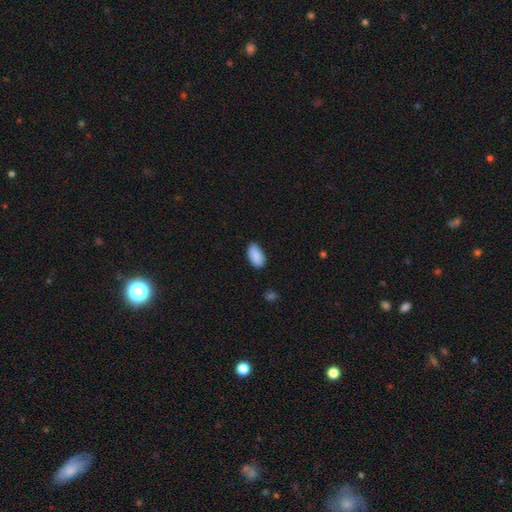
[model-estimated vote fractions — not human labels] Smooth or featured: smooth — 89% (star or artifact — 7%)
How rounded: in between — 94% (round — 3%)
Merging: none — 76% (minor disturbance — 20%)